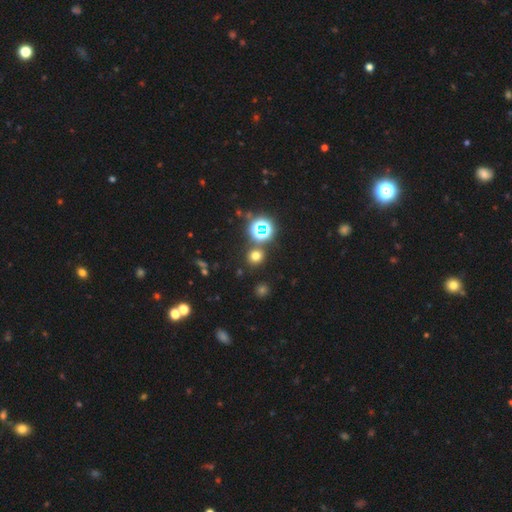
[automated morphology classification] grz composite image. It shows a smooth galaxy with no disk features (64%) that is round (87%). Merging: none (83%).